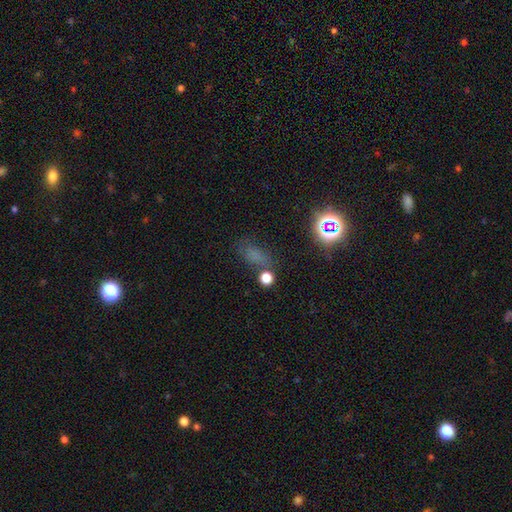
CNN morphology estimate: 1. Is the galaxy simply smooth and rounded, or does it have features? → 53% smooth, 36% star or artifact, 11% featured or disk.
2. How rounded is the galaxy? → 69% in between, 19% round, 13% cigar-shaped.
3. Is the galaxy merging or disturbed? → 63% none, 19% minor disturbance, 10% major disturbance, 8% merger.